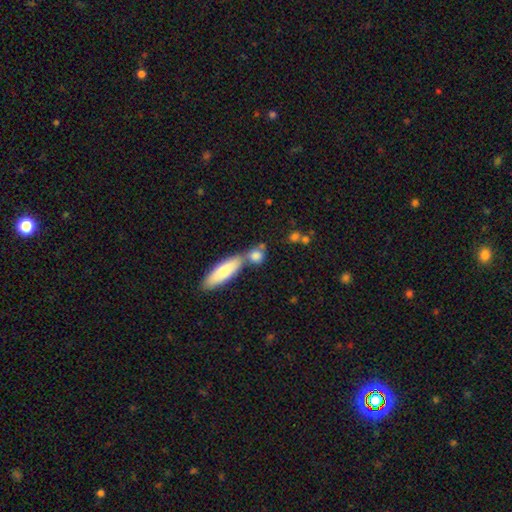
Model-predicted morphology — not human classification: This is clearly a smooth galaxy (80%). How rounded: possibly round (46%). Merging: possibly none (52%).